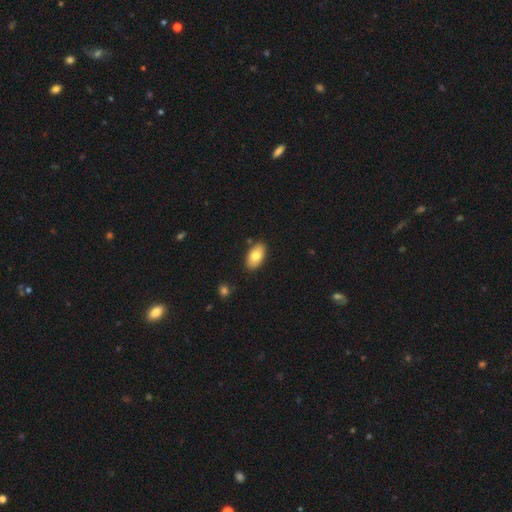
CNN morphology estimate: type=smooth (77%); roundness=in between (94%); merging=none (87%).